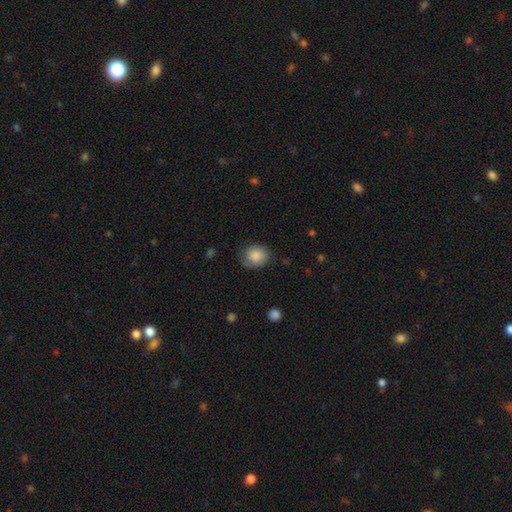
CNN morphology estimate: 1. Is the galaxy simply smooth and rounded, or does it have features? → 84% smooth, 9% featured or disk, 7% star or artifact.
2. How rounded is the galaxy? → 69% round, 30% in between, 1% cigar-shaped.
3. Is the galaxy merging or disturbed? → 71% none, 22% minor disturbance, 6% major disturbance, 1% merger.